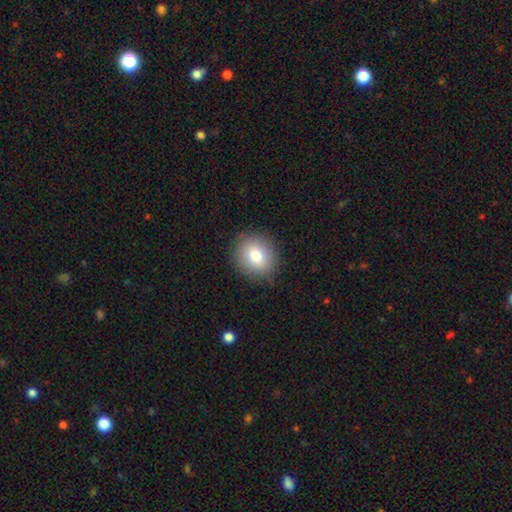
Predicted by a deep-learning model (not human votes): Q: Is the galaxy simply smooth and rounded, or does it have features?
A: smooth — 78%.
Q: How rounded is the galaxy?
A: round — 78%.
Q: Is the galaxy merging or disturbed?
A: none — 88%.